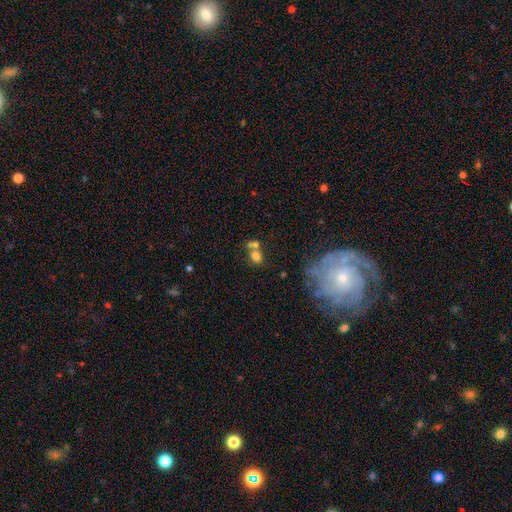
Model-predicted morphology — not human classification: Smooth or featured? Predicted: smooth (p=0.73). How rounded? Predicted: in between (p=0.57). Merging? Predicted: merger (p=0.43).